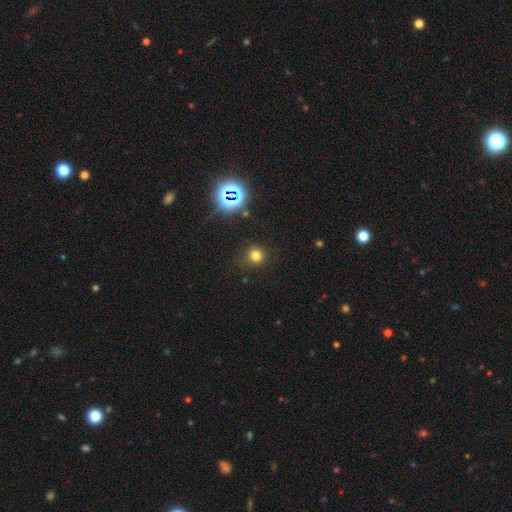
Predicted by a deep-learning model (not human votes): Smooth or featured? smooth (73%)
How rounded? round (91%)
Merging? none (85%)